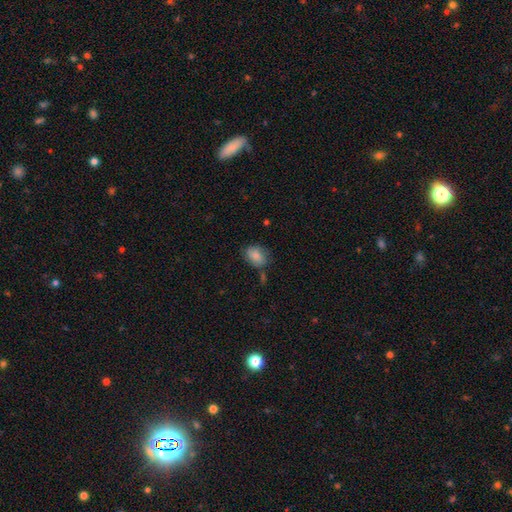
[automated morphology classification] Smooth or featured? smooth (84%)
How rounded? in between (70%)
Merging? none (67%)